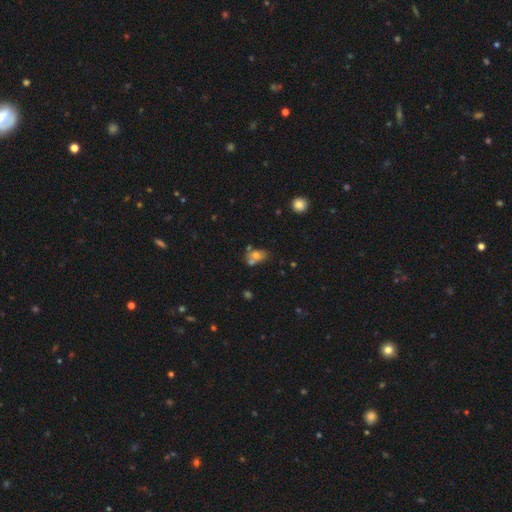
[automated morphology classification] This appears to be a smooth galaxy with no disk features (64%) that is in between round and cigar-shaped (70%). Merging: merger (40%).